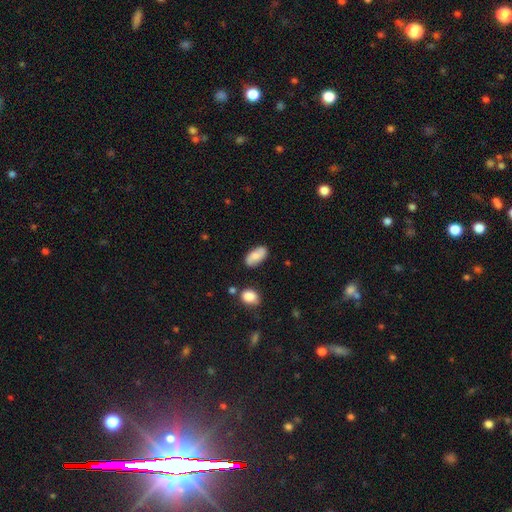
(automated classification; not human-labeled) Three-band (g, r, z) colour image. It shows a smooth galaxy with no disk features (66%) that is in between round and cigar-shaped (92%). Merging: none (78%).